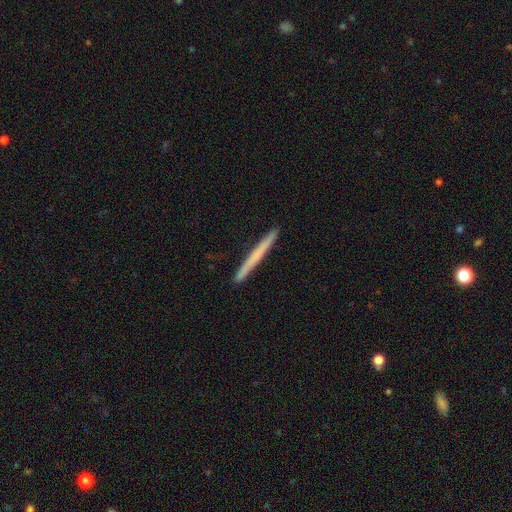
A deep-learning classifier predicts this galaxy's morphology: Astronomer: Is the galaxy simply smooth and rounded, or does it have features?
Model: smooth — 56% (runner-up: featured or disk, 38%).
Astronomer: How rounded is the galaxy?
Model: cigar-shaped — 97%.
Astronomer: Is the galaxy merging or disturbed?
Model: none — 93%.